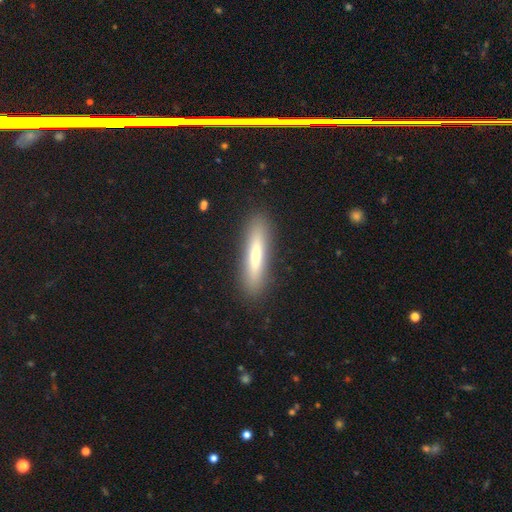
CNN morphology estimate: Q: Smooth or featured?
A: smooth (67%); runner-up: featured or disk (26%)
Q: How rounded?
A: cigar-shaped (86%); runner-up: in between (13%)
Q: Merging?
A: none (89%); runner-up: minor disturbance (7%)